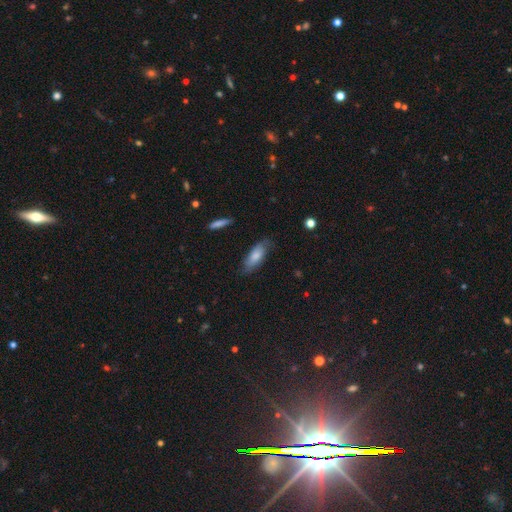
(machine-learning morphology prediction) Q: Smooth or featured?
A: smooth (70%); runner-up: featured or disk (23%)
Q: How rounded?
A: in between (70%); runner-up: cigar-shaped (28%)
Q: Merging?
A: none (72%); runner-up: minor disturbance (22%)